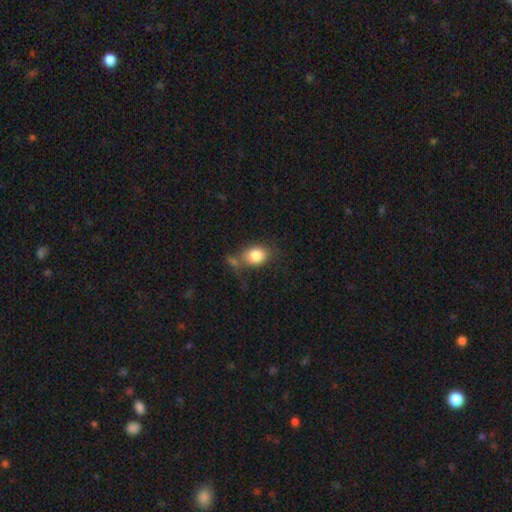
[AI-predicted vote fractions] Morphology: type=smooth (82%); roundness=in between (60%); merging=none (47%).